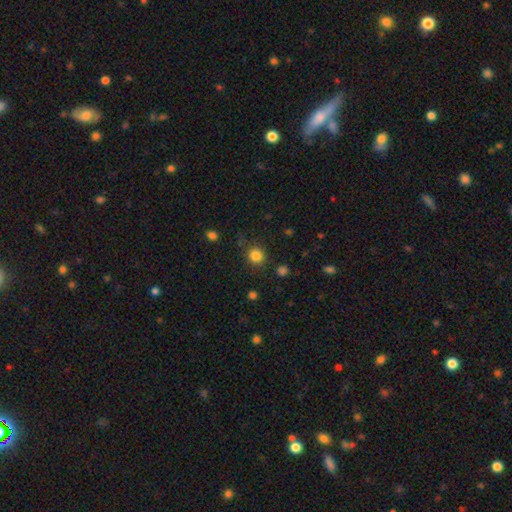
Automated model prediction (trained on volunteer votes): smooth_or_featured: smooth (p=0.83) [alt: star or artifact p=0.12]
how_rounded: round (p=0.88) [alt: in between p=0.11]
merging: none (p=0.84) [alt: minor disturbance p=0.10]